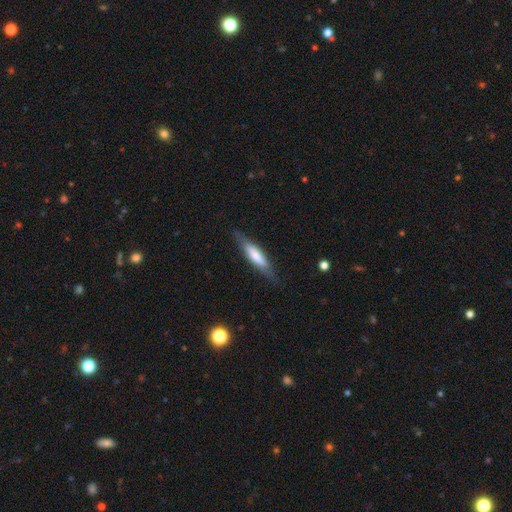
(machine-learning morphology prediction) smooth 60%, featured or disk 35%, star or artifact 6%. Down the decision tree: how rounded — cigar-shaped (76%); merging — none (81%).